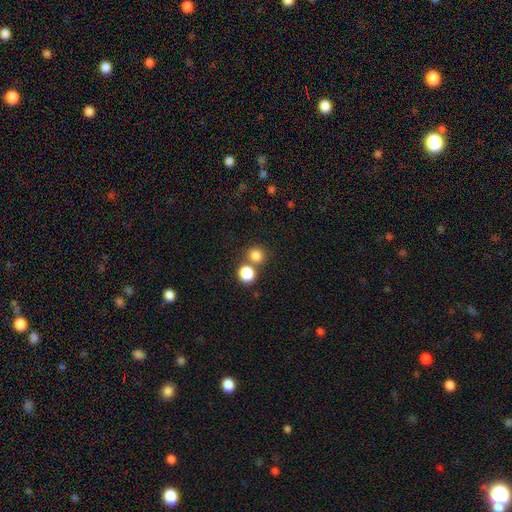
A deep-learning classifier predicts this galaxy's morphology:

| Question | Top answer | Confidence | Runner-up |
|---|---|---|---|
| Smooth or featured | smooth | 81% | star or artifact (13%) |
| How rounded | round | 88% | in between (11%) |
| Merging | none | 62% | merger (29%) |